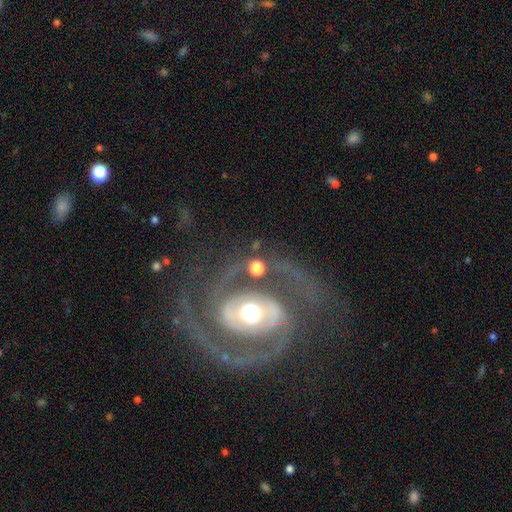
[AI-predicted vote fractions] Smooth or featured? featured or disk (92%)
Edge-on disk? no (98%)
Bar? no (44%)
Spiral arms? yes (97%)
Spiral winding? tight (48%)
Spiral arm count? 2 (84%)
Bulge size? moderate (67%)
Merging? none (72%)